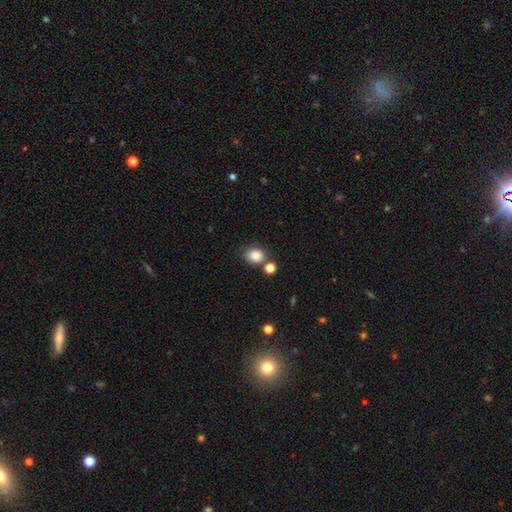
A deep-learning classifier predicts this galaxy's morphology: Smooth or featured?
  - smooth: 85% *
  - star or artifact: 10%
  - featured or disk: 5%
How rounded?
  - round: 53% *
  - in between: 46%
  - cigar-shaped: 1%
Merging?
  - none: 69% *
  - merger: 14%
  - minor disturbance: 13%
  - major disturbance: 4%